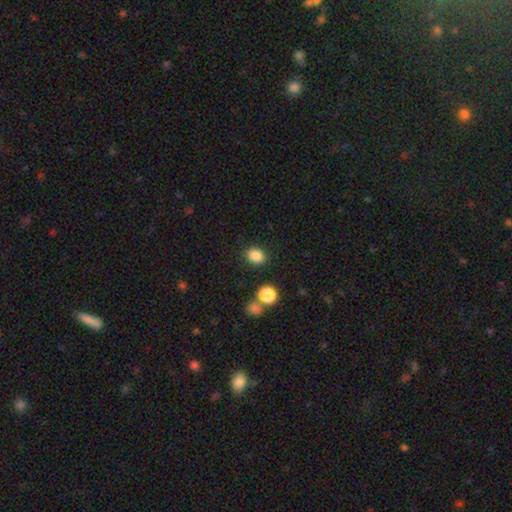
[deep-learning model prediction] Q: Smooth or featured?
A: smooth (85%); runner-up: star or artifact (11%)
Q: How rounded?
A: in between (51%); runner-up: round (49%)
Q: Merging?
A: none (84%); runner-up: minor disturbance (9%)